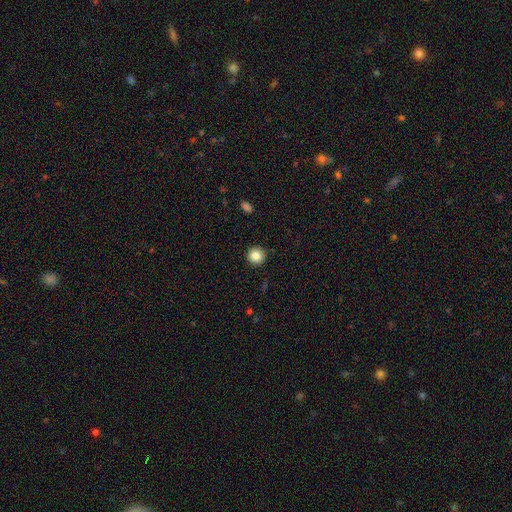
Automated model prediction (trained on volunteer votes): A smooth galaxy with no disk features (85%) that is round (94%).

Vote fractions:
- Smooth or featured? smooth: 85% / star or artifact: 10% / featured or disk: 5%
- How rounded? round: 94% / in between: 5% / cigar-shaped: 1%
- Merging? none: 93% / minor disturbance: 5% / major disturbance: 2% / merger: 1%